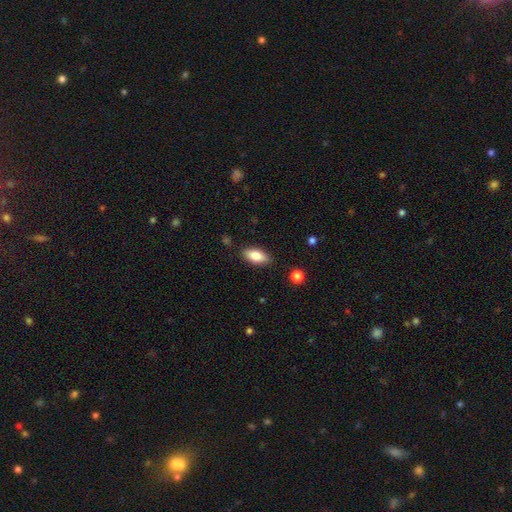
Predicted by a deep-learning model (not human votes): The model was most divided on "smooth or featured": smooth: 81%, featured or disk: 12%, star or artifact: 7%. More confident: how rounded — in between (87%); merging — none (86%).